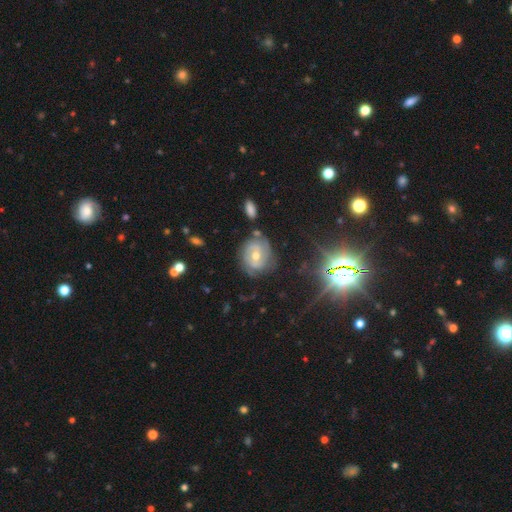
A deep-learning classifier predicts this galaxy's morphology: type=featured or disk (69%); edge-on=no (96%); bar=no (50%); spiral arms=yes (88%); winding=tight (66%); arm count=2 (36%); bulge=moderate (61%); merging=none (71%).